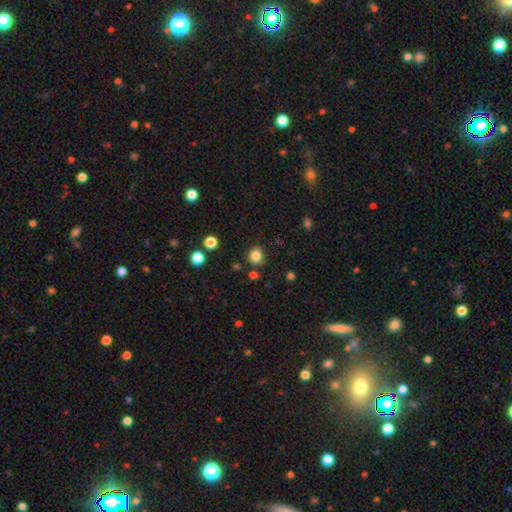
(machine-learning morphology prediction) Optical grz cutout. It shows a smooth galaxy with no disk features (84%) that is round (68%). Merging: none (83%).